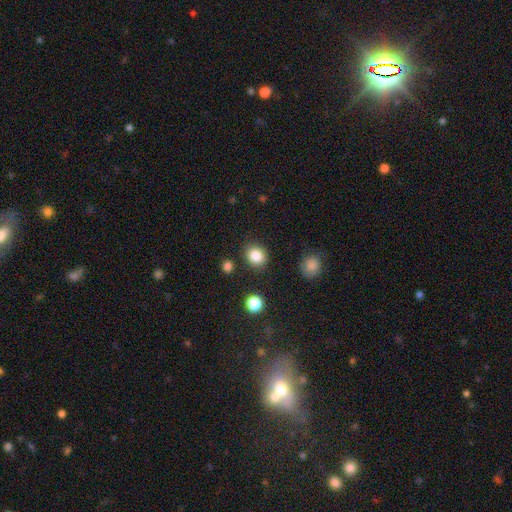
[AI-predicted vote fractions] Smooth or featured: smooth — 85% (star or artifact — 10%)
How rounded: round — 71% (in between — 28%)
Merging: none — 85% (minor disturbance — 9%)